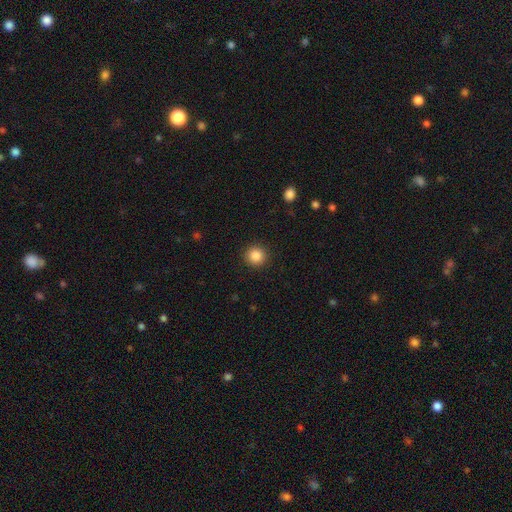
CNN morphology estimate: A smooth galaxy with no disk features (86%) that is round (93%). Merging: none (92%).